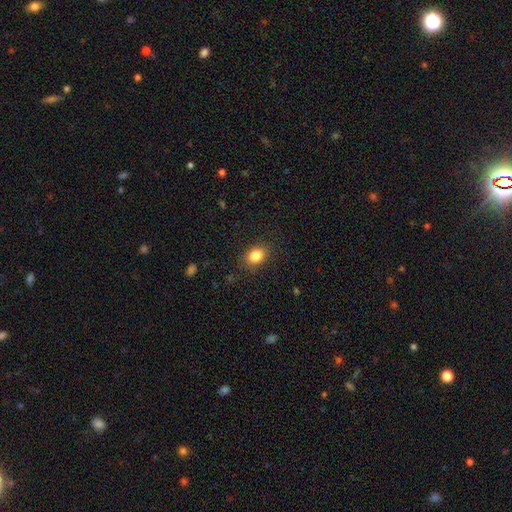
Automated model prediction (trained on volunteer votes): This appears to be a smooth galaxy with no disk features (85%) that is in between round and cigar-shaped (66%). Merging: none (84%).